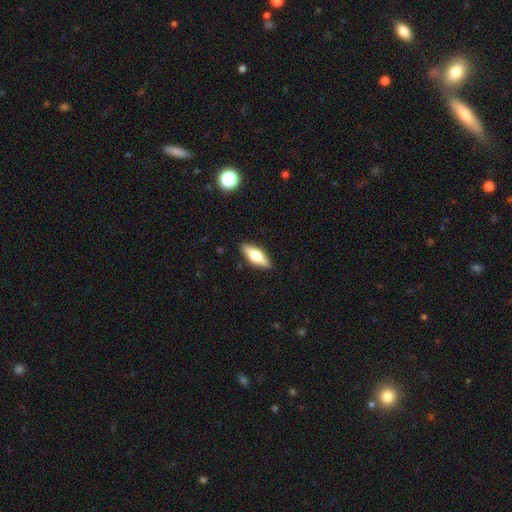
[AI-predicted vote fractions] Overall: smooth (49%; featured or disk 45%). Merging: none (89%).